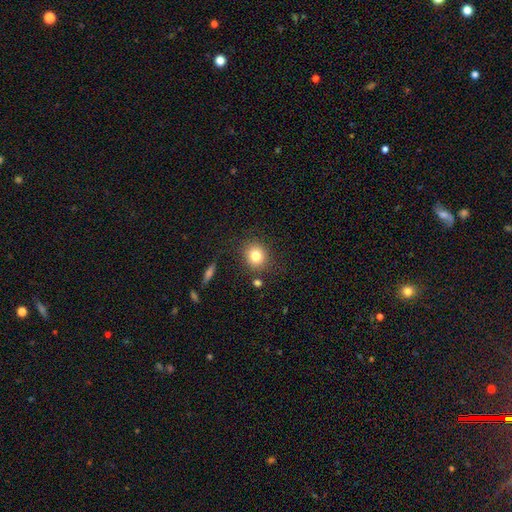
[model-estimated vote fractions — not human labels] This appears to be a smooth galaxy with no disk features (80%) that is round (80%). Merging: none (84%).